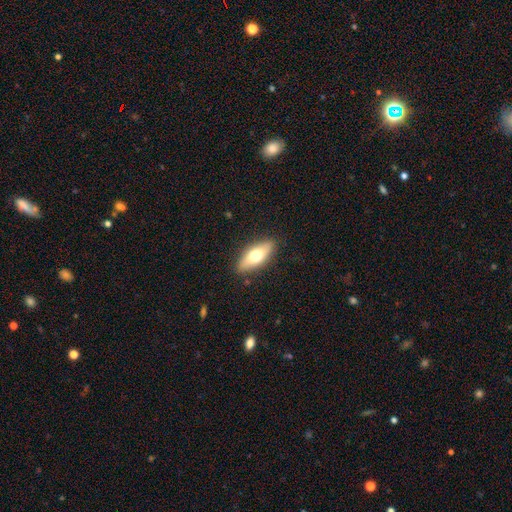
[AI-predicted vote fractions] Q: Smooth or featured?
A: smooth (64%); runner-up: featured or disk (30%)
Q: How rounded?
A: in between (72%); runner-up: cigar-shaped (25%)
Q: Merging?
A: none (87%); runner-up: minor disturbance (9%)